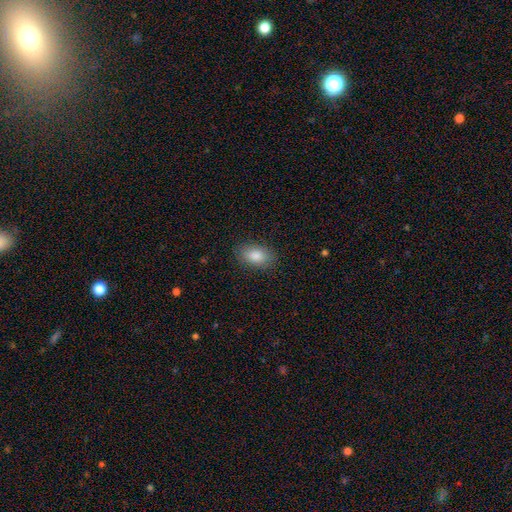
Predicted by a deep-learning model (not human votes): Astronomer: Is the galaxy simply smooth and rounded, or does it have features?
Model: smooth — 85%.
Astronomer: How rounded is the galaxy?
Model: in between — 91%.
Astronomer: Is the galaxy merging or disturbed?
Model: none — 87%.